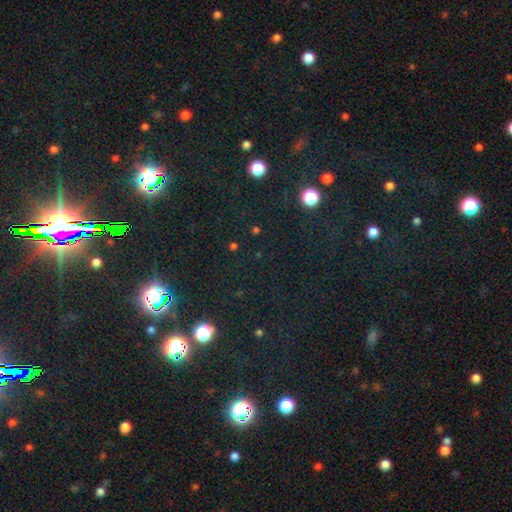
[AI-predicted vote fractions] Q: Smooth or featured?
A: star or artifact (79%); runner-up: smooth (14%)